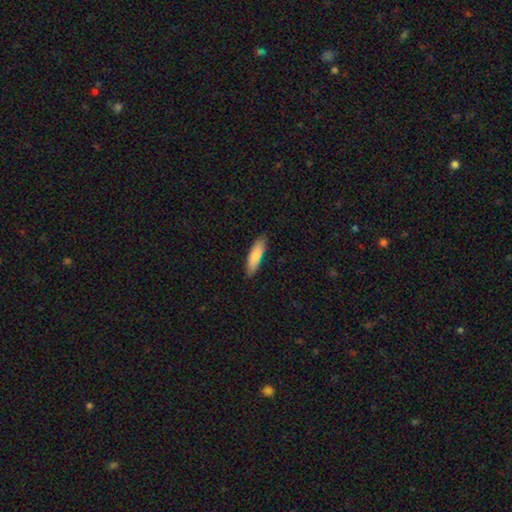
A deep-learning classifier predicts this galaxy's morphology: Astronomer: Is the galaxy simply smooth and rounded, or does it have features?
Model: smooth — 82%.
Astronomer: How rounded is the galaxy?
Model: cigar-shaped — 57% (runner-up: in between, 41%).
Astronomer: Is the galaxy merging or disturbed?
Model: none — 85%.